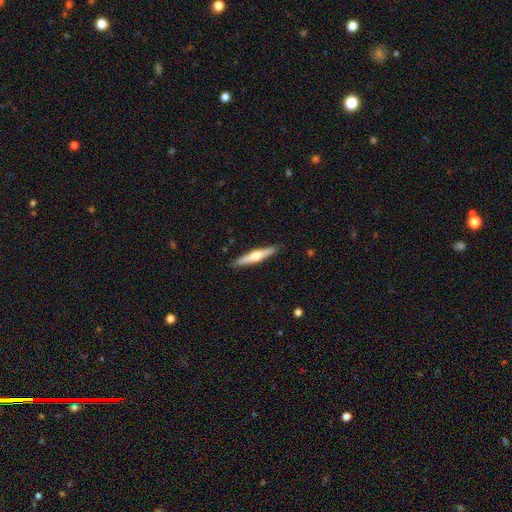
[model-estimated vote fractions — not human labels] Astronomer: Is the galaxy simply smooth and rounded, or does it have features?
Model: featured or disk — 57% (runner-up: smooth, 38%).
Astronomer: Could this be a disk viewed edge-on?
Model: yes — 97%.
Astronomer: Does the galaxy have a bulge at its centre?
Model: rounded — 84%.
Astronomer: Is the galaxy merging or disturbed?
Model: none — 90%.